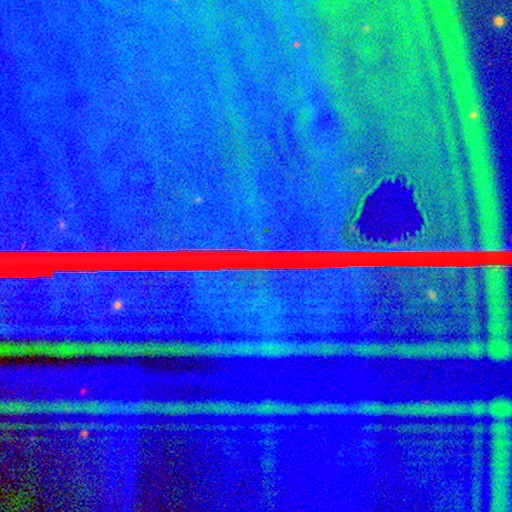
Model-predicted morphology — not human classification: Q: Smooth or featured?
A: star or artifact (87%); runner-up: featured or disk (7%)